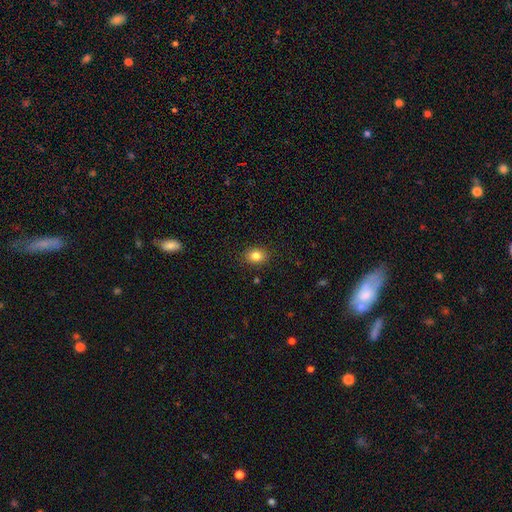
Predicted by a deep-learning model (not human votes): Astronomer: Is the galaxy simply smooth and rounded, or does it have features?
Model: smooth — 83%.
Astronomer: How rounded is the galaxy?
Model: in between — 50% (runner-up: round, 49%).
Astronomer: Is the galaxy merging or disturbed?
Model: none — 89%.